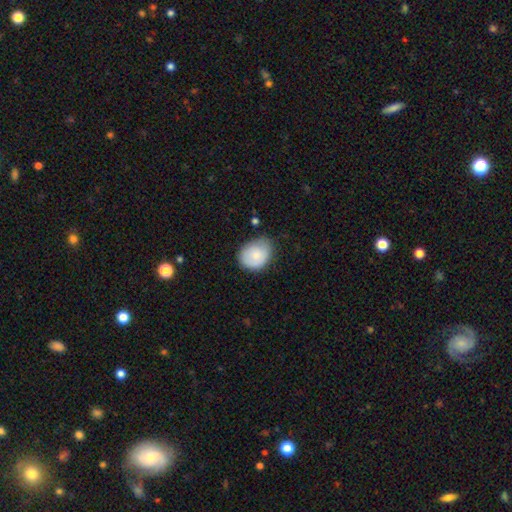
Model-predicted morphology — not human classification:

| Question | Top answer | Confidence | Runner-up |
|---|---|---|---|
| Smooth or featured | smooth | 75% | featured or disk (18%) |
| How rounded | round | 51% | in between (48%) |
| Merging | none | 59% | minor disturbance (32%) |